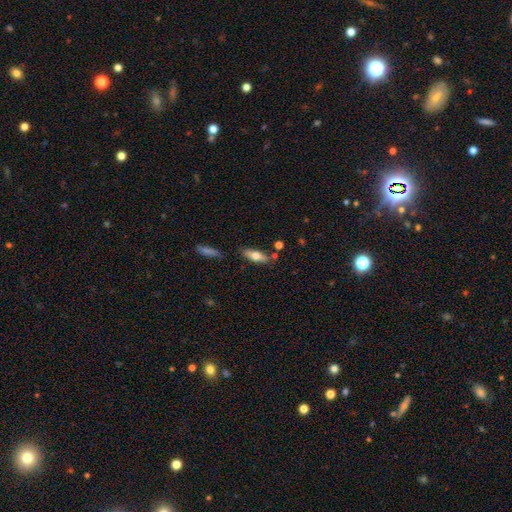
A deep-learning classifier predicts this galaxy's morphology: A smooth galaxy with no disk features (69%) that is in between round and cigar-shaped (64%). Merging: none (77%).